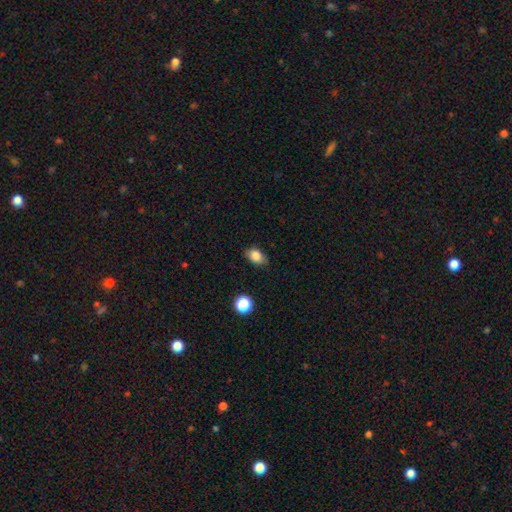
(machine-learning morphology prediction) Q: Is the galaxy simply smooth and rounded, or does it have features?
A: smooth — 84%.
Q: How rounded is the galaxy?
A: in between — 84%.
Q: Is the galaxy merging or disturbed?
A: none — 81%.